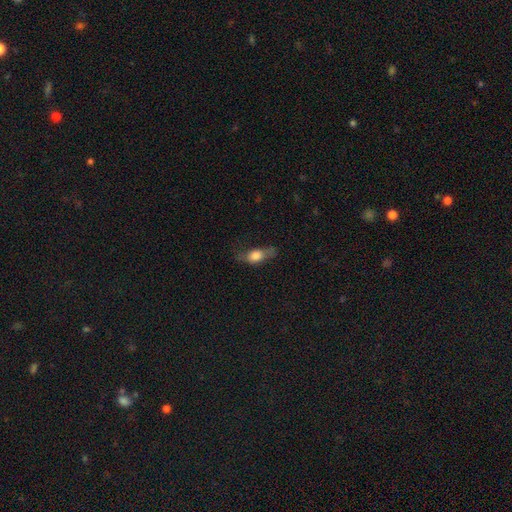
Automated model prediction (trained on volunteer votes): smooth-or-featured: smooth: 67% | featured or disk: 25% | star or artifact: 8%
  how-rounded: in between: 67% | cigar-shaped: 22% | round: 12%
  merging: none: 55% | minor disturbance: 28% | major disturbance: 15% | merger: 2%